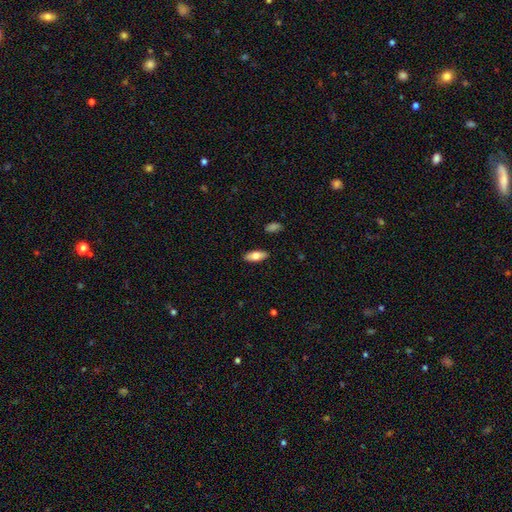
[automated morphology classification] type=smooth (72%); roundness=in between (78%); merging=none (88%).